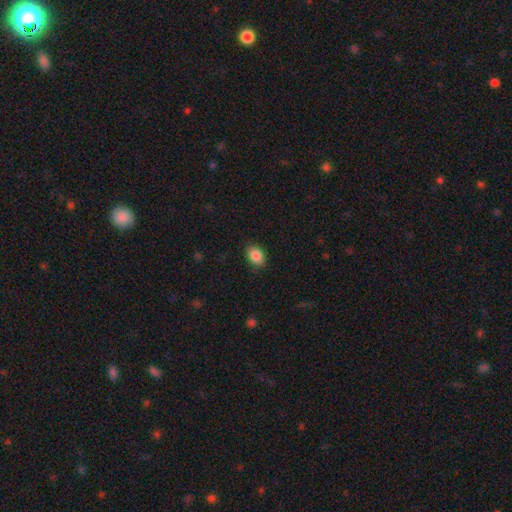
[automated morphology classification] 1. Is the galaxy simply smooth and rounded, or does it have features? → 87% smooth, 8% star or artifact, 5% featured or disk.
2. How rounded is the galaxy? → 76% in between, 22% round, 1% cigar-shaped.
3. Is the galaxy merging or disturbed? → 86% none, 10% minor disturbance, 3% major disturbance, 1% merger.